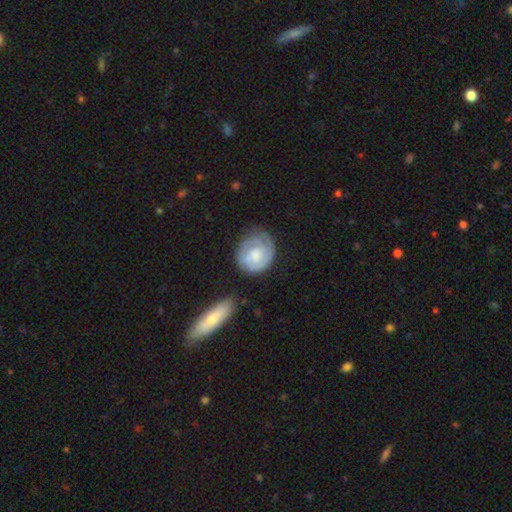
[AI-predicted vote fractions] smooth_or_featured: featured or disk (p=0.67) [alt: smooth p=0.27]
disk_edge_on: no (p=0.98) [alt: yes p=0.02]
bar: no (p=0.59) [alt: weak p=0.36]
has_spiral_arms: yes (p=0.91) [alt: no p=0.09]
spiral_winding: tight (p=0.64) [alt: medium p=0.28]
spiral_arm_count: can't tell (p=0.33) [alt: 2 p=0.32]
bulge_size: small (p=0.46) [alt: moderate p=0.34]
merging: none (p=0.65) [alt: minor disturbance p=0.21]